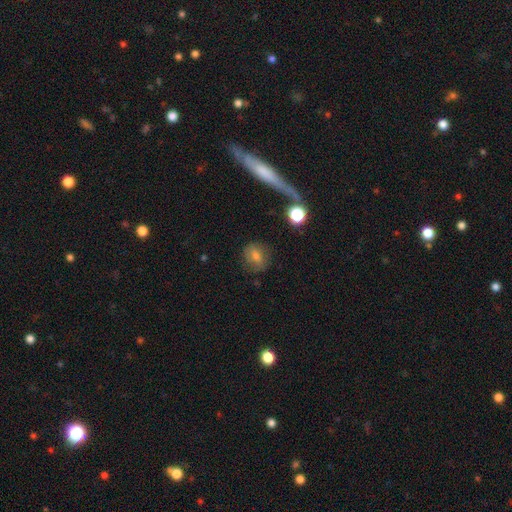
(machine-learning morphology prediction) Smooth or featured? smooth (65%)
How rounded? round (67%)
Merging? none (80%)